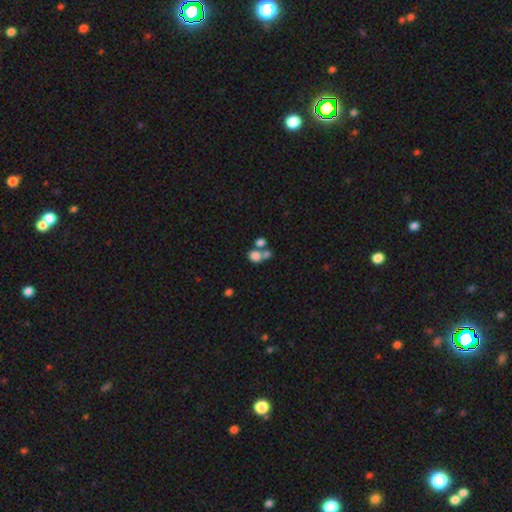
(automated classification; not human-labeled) smooth-or-featured: smooth: 76% | star or artifact: 12% | featured or disk: 12%
  how-rounded: round: 63% | in between: 36% | cigar-shaped: 1%
  merging: merger: 53% | none: 33% | minor disturbance: 8% | major disturbance: 6%